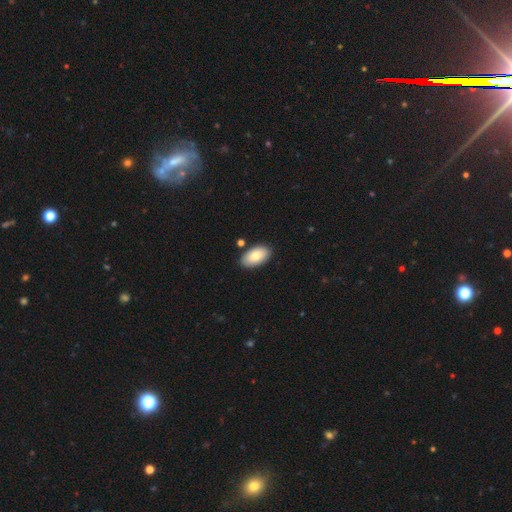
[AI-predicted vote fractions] This is clearly a smooth galaxy (83%). How rounded: clearly in between (96%). Merging: clearly none (85%).